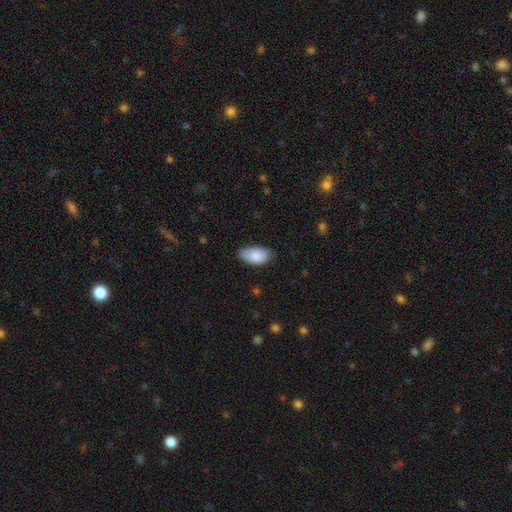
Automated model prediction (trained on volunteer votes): Q: Smooth or featured?
A: smooth (87%); runner-up: featured or disk (7%)
Q: How rounded?
A: in between (95%); runner-up: round (3%)
Q: Merging?
A: none (76%); runner-up: minor disturbance (20%)